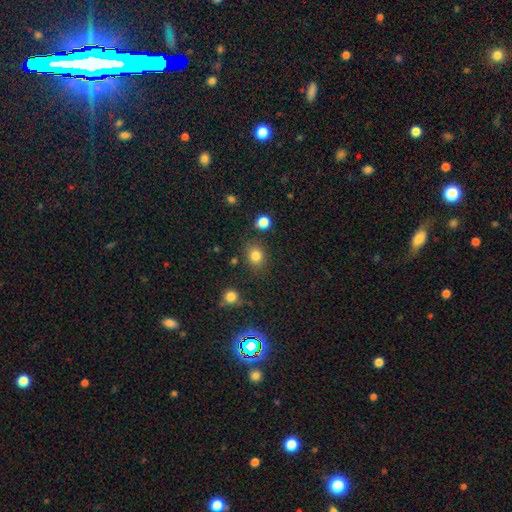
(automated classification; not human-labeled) Smooth or featured: smooth — 83% (star or artifact — 12%)
How rounded: round — 64% (in between — 35%)
Merging: none — 81% (minor disturbance — 12%)